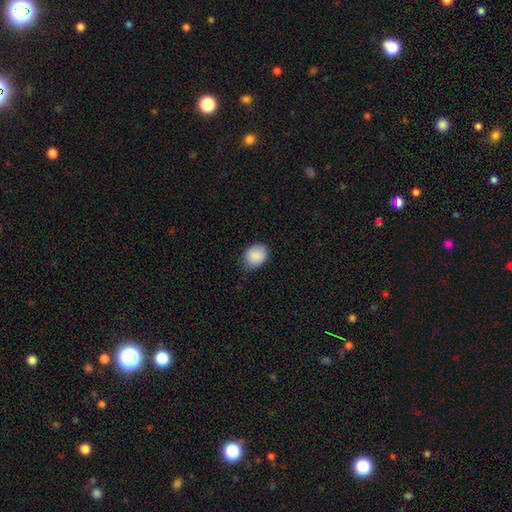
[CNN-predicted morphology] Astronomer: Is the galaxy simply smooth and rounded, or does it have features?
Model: smooth — 89%.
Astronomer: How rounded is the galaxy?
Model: in between — 57% (runner-up: round, 42%).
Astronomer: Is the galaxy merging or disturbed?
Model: none — 71%.